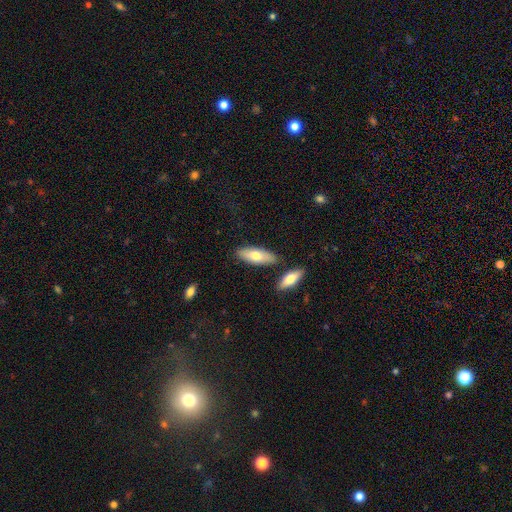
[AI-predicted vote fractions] The model was most divided on "how rounded": in between: 71%, cigar-shaped: 27%, round: 2%. More confident: merging — none (79%); smooth or featured — smooth (73%).